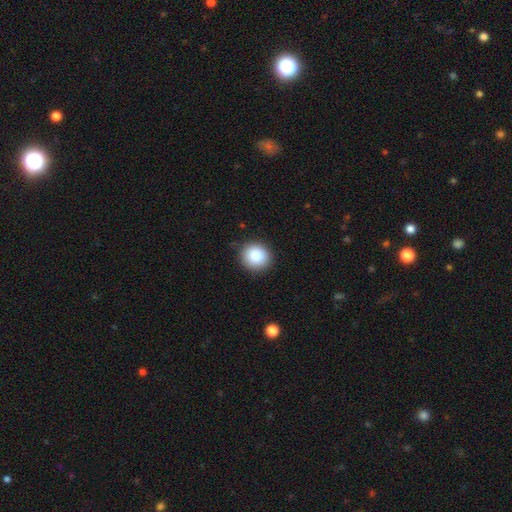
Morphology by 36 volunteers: Smooth or featured? 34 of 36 (94%) said smooth. How rounded? 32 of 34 (94%) said round. Merging? 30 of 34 (88%) said none.